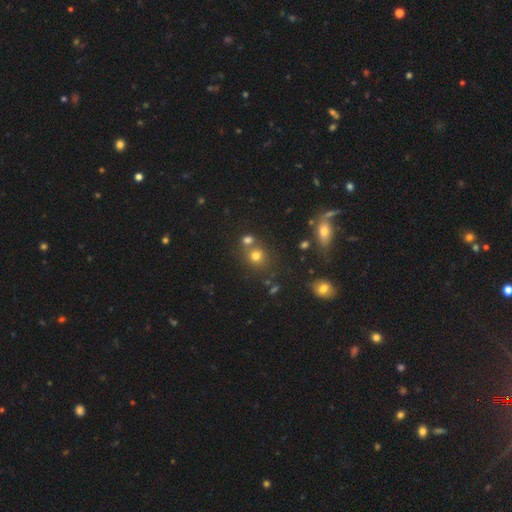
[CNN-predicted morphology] Q: Smooth or featured?
A: smooth (72%); runner-up: star or artifact (19%)
Q: How rounded?
A: round (80%); runner-up: in between (19%)
Q: Merging?
A: none (59%); runner-up: merger (27%)